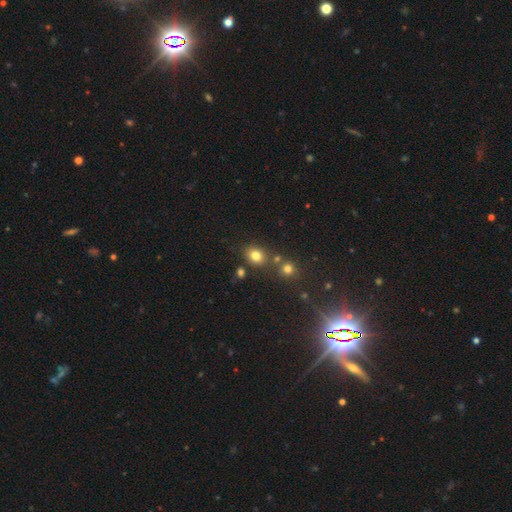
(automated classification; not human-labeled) Smooth or featured?
  - smooth: 79% *
  - star or artifact: 14%
  - featured or disk: 7%
How rounded?
  - round: 50% *
  - in between: 49%
  - cigar-shaped: 1%
Merging?
  - none: 71% *
  - merger: 14%
  - minor disturbance: 12%
  - major disturbance: 4%